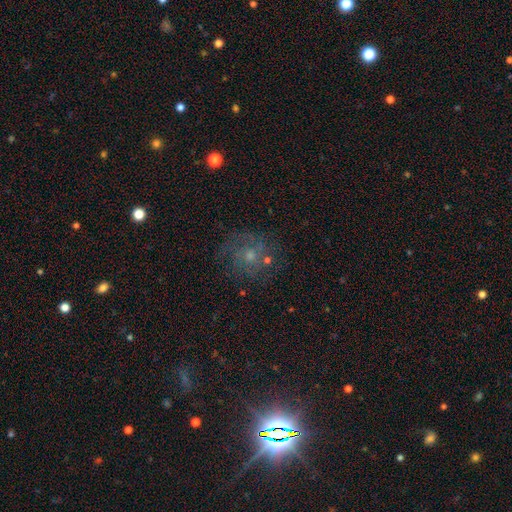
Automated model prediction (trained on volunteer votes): A featured or disk galaxy (49%). Merging: none (70%).